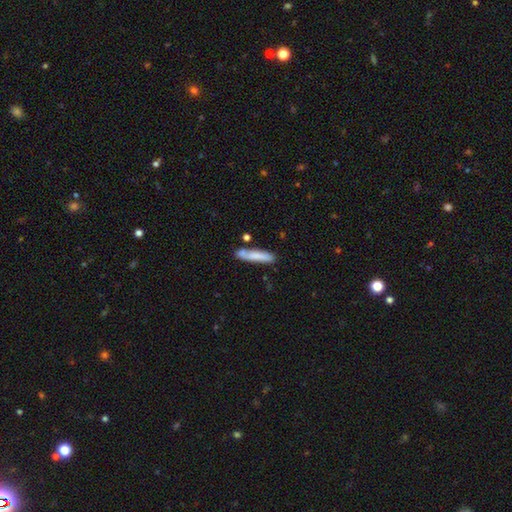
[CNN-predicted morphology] A smooth galaxy with no disk features (76%) that is cigar-shaped (88%). Merging: none (72%).